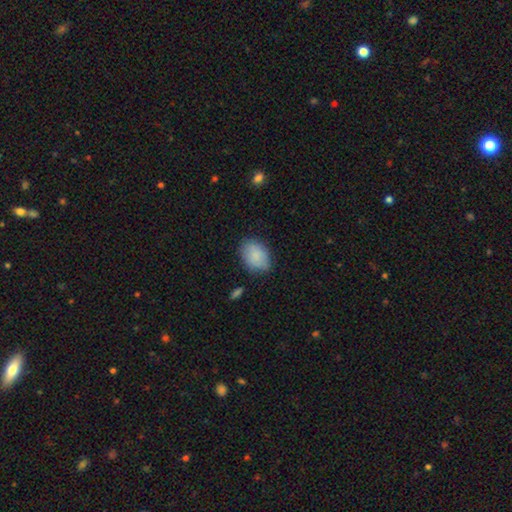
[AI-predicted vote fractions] Smooth or featured?
  - smooth: 86% *
  - featured or disk: 7%
  - star or artifact: 7%
How rounded?
  - in between: 81% *
  - round: 18%
  - cigar-shaped: 1%
Merging?
  - none: 80% *
  - minor disturbance: 15%
  - major disturbance: 3%
  - merger: 2%